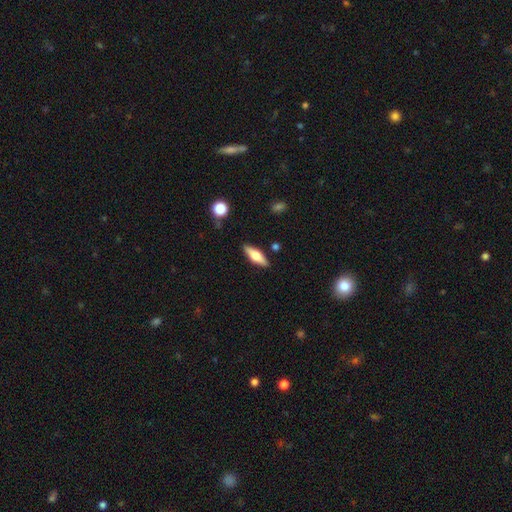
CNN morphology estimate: A smooth galaxy with no disk features (48%).

Vote fractions:
- Smooth or featured? smooth: 48% / featured or disk: 46% / star or artifact: 6%
- Merging? none: 87% / minor disturbance: 9% / major disturbance: 2% / merger: 2%